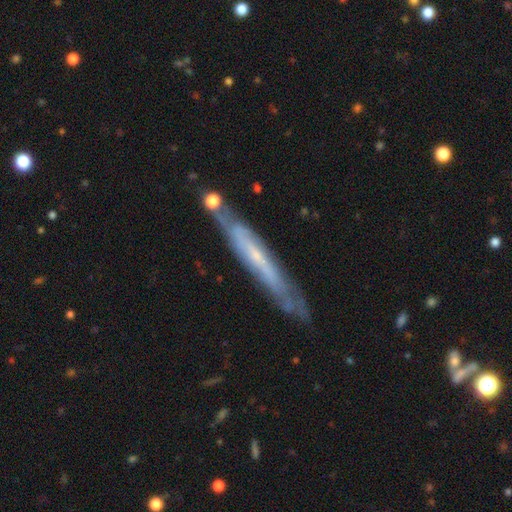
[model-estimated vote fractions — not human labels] A featured or disk galaxy (68%) viewed edge-on (74%) with no central bulge (64%).

Vote fractions:
- Smooth or featured? featured or disk: 68% / smooth: 25% / star or artifact: 6%
- Edge-on disk? yes: 74% / no: 26%
- Edge-on bulge? none: 64% / rounded: 30% / boxy: 6%
- Merging? none: 73% / minor disturbance: 17% / merger: 6% / major disturbance: 4%